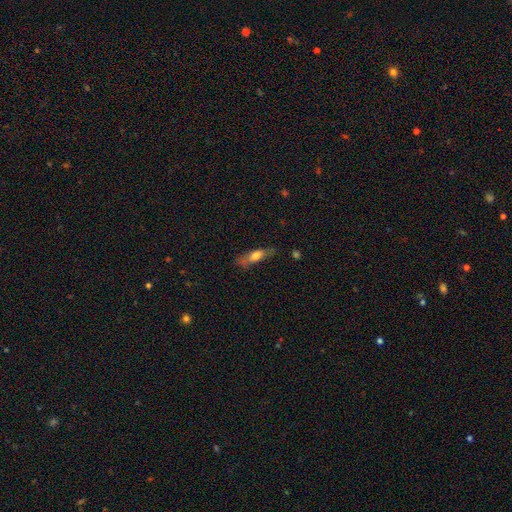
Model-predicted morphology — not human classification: A smooth galaxy with no disk features (63%) that is cigar-shaped (55%). Merging: none (63%).